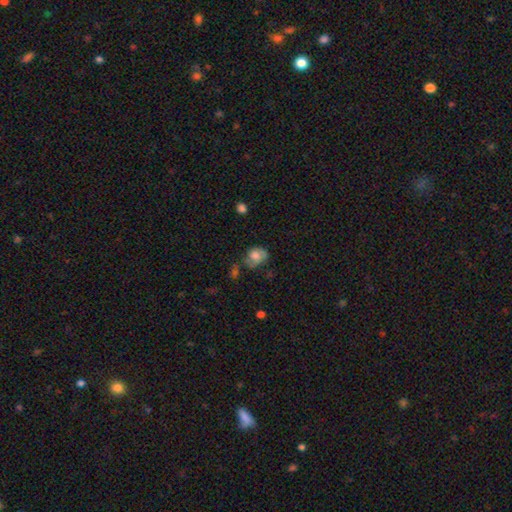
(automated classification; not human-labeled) Overall: smooth (62%; featured or disk 28%). How rounded: in between (57%; round 42%). Merging: none (43%; minor disturbance 32%).